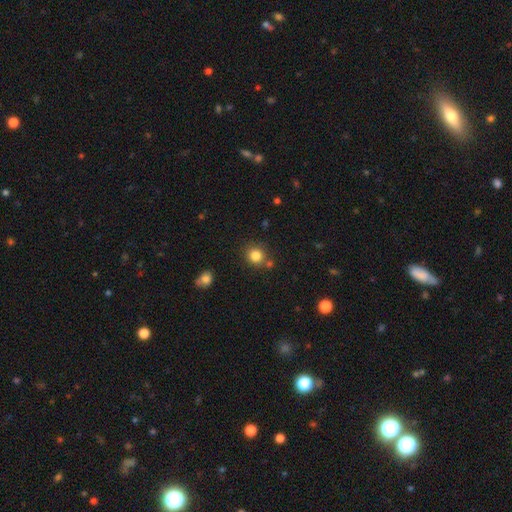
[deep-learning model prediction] This is clearly a smooth galaxy (83%). How rounded: clearly round (87%). Merging: likely none (76%).